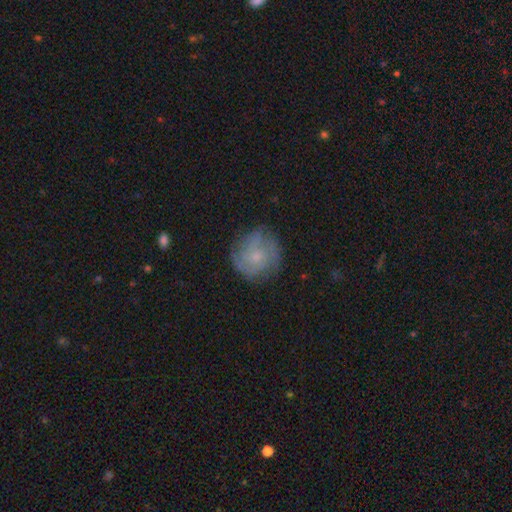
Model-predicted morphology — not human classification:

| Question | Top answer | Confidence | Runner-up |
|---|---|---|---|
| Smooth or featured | featured or disk | 56% | smooth (35%) |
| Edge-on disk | no | 97% | yes (3%) |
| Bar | no | 79% | weak (18%) |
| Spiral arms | yes | 80% | no (20%) |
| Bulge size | small | 66% | moderate (24%) |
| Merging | none | 74% | minor disturbance (18%) |